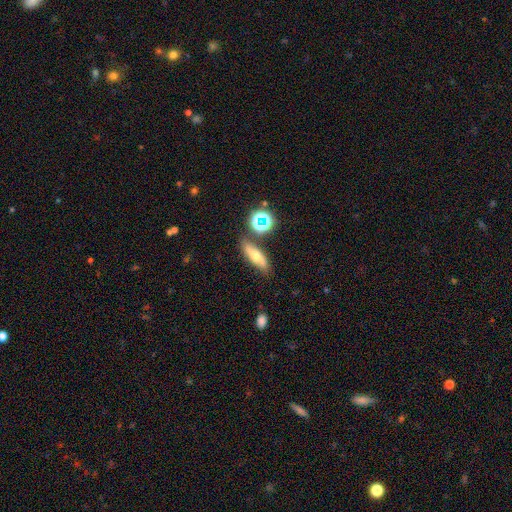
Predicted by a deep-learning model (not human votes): smooth_or_featured: smooth (p=0.54) [alt: featured or disk p=0.33]
how_rounded: in between (p=0.50) [alt: cigar-shaped p=0.43]
merging: none (p=0.76) [alt: minor disturbance p=0.14]